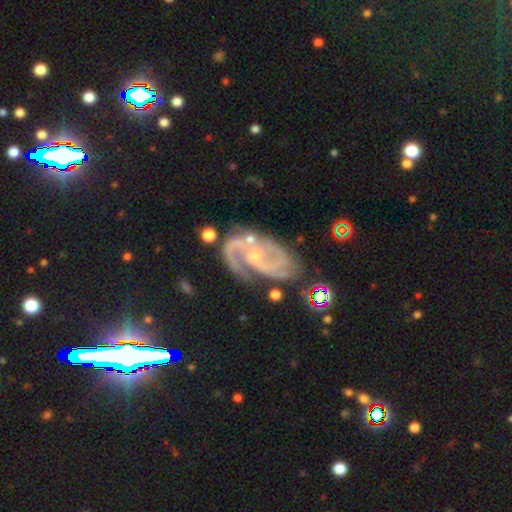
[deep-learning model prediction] A featured or disk galaxy (89%) with no bar (52%), 2 (69%) medium (52%) spiral arms (97%) and a small central bulge (70%). Merging: none (58%).